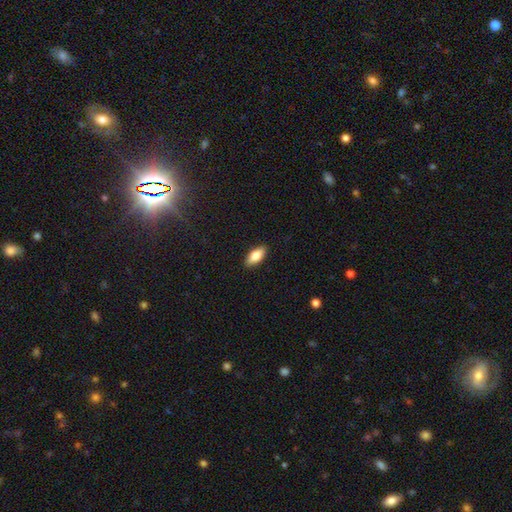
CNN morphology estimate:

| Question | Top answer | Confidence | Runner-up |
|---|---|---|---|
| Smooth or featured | smooth | 78% | featured or disk (16%) |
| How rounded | in between | 82% | cigar-shaped (16%) |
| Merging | none | 90% | minor disturbance (8%) |